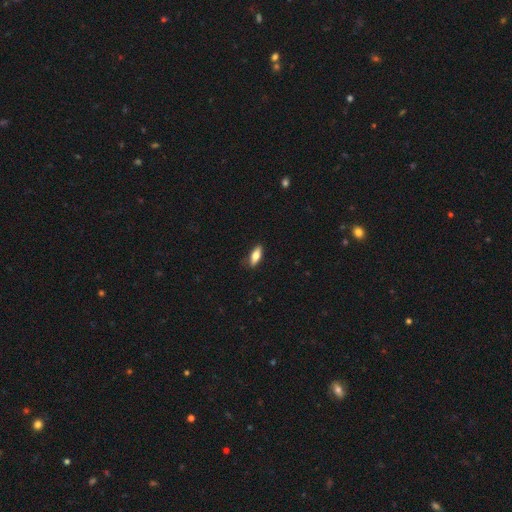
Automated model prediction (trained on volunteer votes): Smooth or featured? Predicted: smooth (p=0.70). How rounded? Predicted: in between (p=0.67). Merging? Predicted: none (p=0.84).